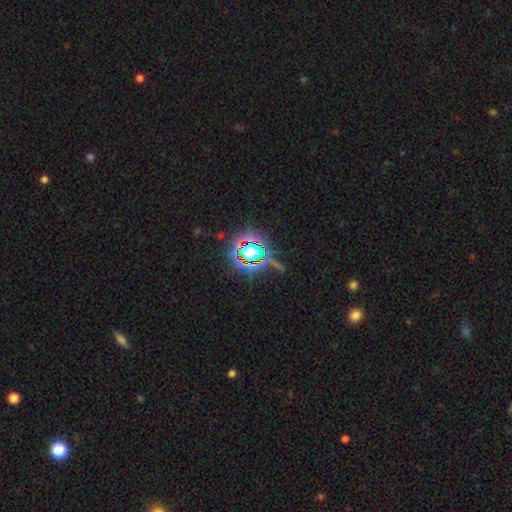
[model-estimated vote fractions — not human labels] Smooth or featured: star or artifact — 80% (smooth — 12%)